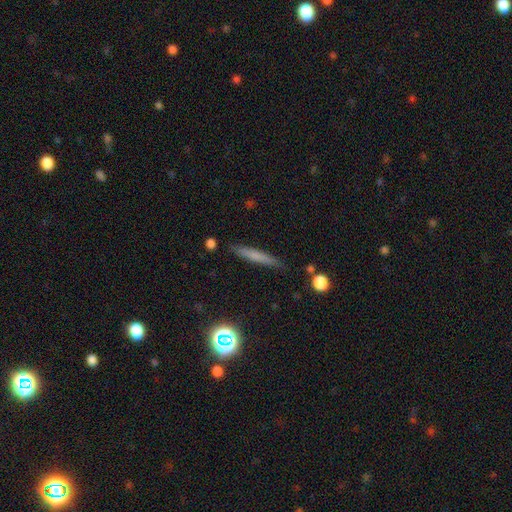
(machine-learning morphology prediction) Q: Smooth or featured?
A: smooth (66%); runner-up: featured or disk (25%)
Q: How rounded?
A: cigar-shaped (92%); runner-up: in between (6%)
Q: Merging?
A: none (86%); runner-up: minor disturbance (10%)